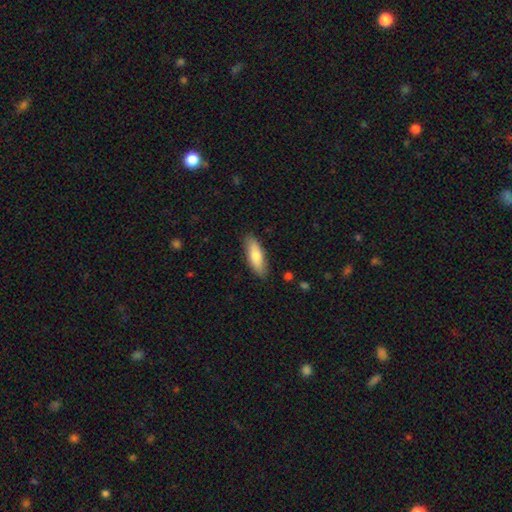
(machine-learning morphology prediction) Overall: smooth (76%). How rounded: in between (55%; cigar-shaped 43%). Merging: none (87%).